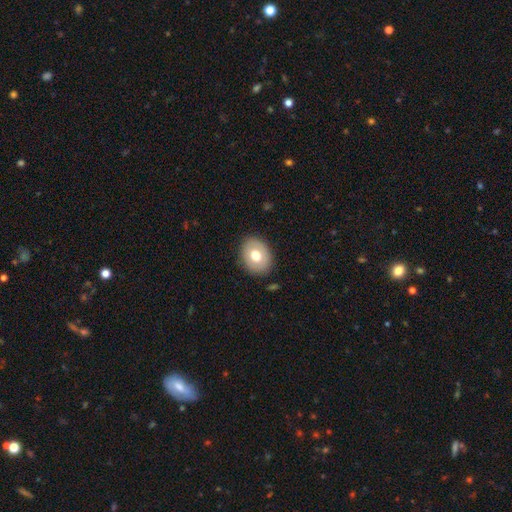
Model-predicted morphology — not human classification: This is likely a smooth galaxy (70%). How rounded: possibly in between (55%). Merging: clearly none (86%).